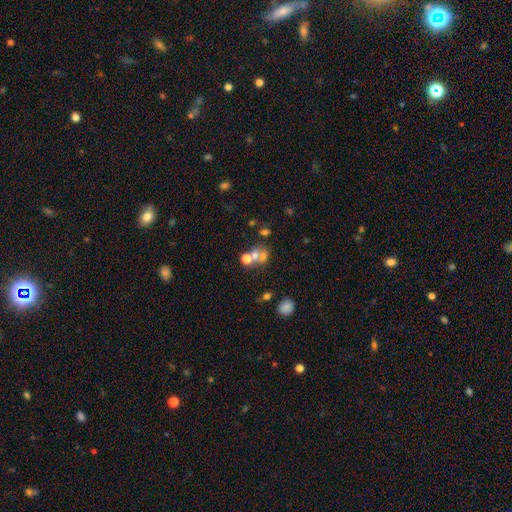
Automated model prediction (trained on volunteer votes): The model was most divided on "merging": merger: 54%, none: 32%, minor disturbance: 8%, major disturbance: 7%. More confident: how rounded — round (66%); smooth or featured — smooth (58%).